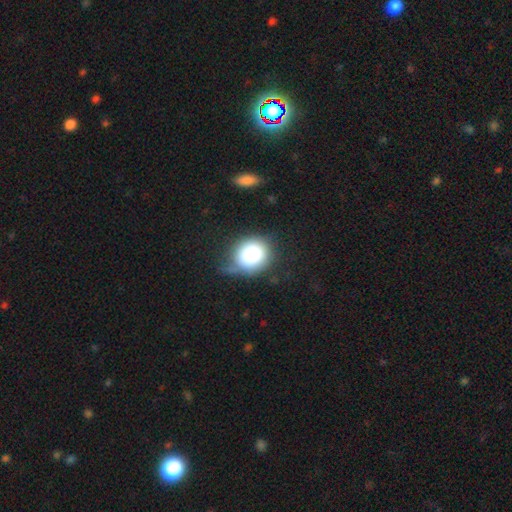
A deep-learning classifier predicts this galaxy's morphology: Q: Smooth or featured?
A: smooth (81%); runner-up: featured or disk (11%)
Q: How rounded?
A: round (79%); runner-up: in between (20%)
Q: Merging?
A: none (56%); runner-up: minor disturbance (28%)